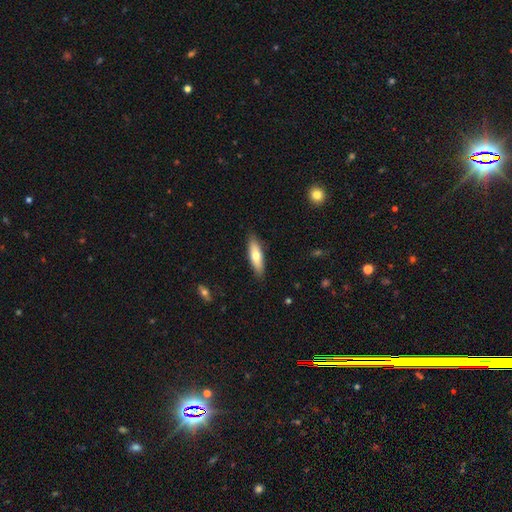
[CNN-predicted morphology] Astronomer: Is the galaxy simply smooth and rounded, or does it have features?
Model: smooth — 65%.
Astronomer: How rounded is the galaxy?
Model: cigar-shaped — 58% (runner-up: in between, 40%).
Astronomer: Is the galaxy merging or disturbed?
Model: none — 87%.